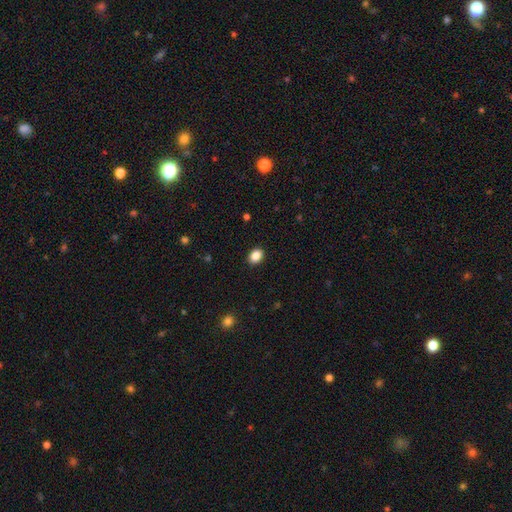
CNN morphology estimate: Q: Smooth or featured?
A: smooth (87%); runner-up: star or artifact (9%)
Q: How rounded?
A: in between (65%); runner-up: round (34%)
Q: Merging?
A: none (90%); runner-up: minor disturbance (7%)